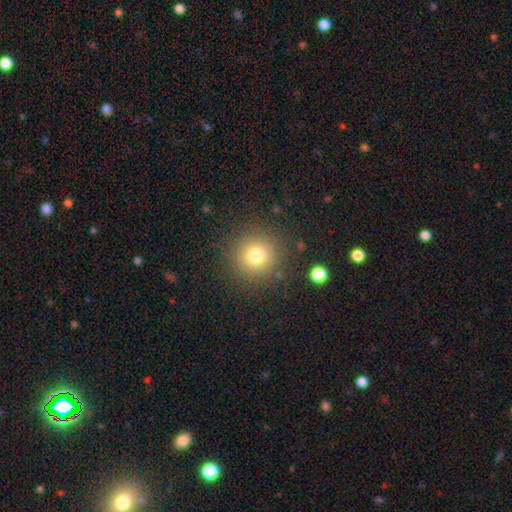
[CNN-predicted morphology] smooth_or_featured: smooth (p=0.76) [alt: star or artifact p=0.15]
how_rounded: round (p=0.95) [alt: in between p=0.04]
merging: none (p=0.87) [alt: minor disturbance p=0.07]